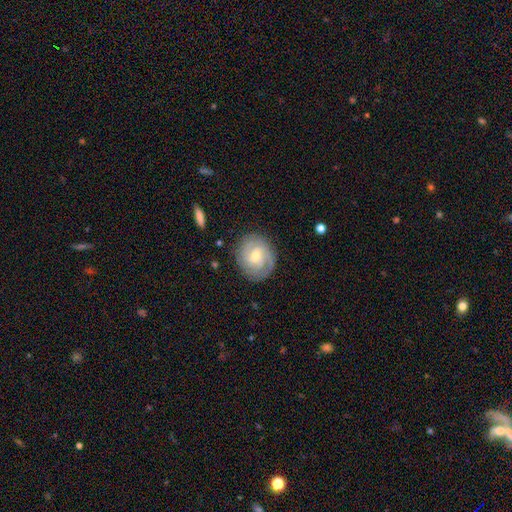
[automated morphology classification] Smooth or featured: featured or disk — 76% (smooth — 18%)
Edge-on disk: no — 97% (yes — 3%)
Bar: weak — 54% (no — 36%)
Spiral arms: yes — 94% (no — 6%)
Spiral winding: tight — 65% (medium — 28%)
Spiral arm count: can't tell — 30% (2 — 27%)
Bulge size: moderate — 50% (small — 45%)
Merging: none — 81% (minor disturbance — 13%)